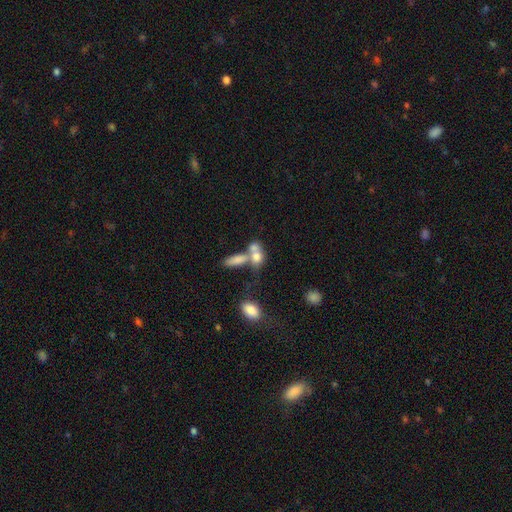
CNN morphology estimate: Q: Smooth or featured?
A: smooth (70%); runner-up: featured or disk (20%)
Q: How rounded?
A: in between (62%); runner-up: round (26%)
Q: Merging?
A: merger (58%); runner-up: none (26%)